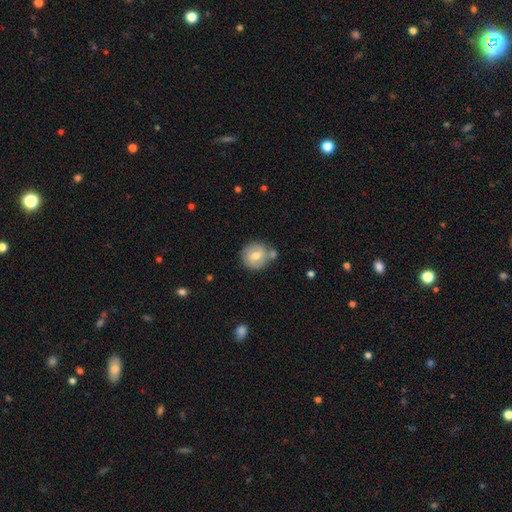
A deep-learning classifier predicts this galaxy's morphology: The model was most divided on "merging": none: 63%, merger: 20%, minor disturbance: 13%, major disturbance: 4%. More confident: how rounded — round (90%); smooth or featured — smooth (68%).